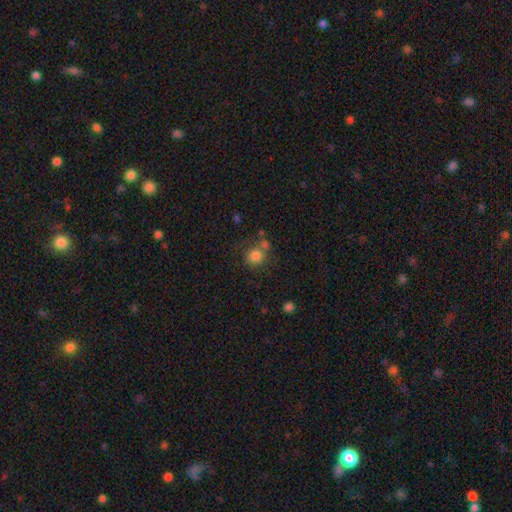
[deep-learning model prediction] The model was most divided on "merging": none: 57%, merger: 19%, minor disturbance: 16%, major disturbance: 8%. More confident: how rounded — round (83%); smooth or featured — smooth (80%).